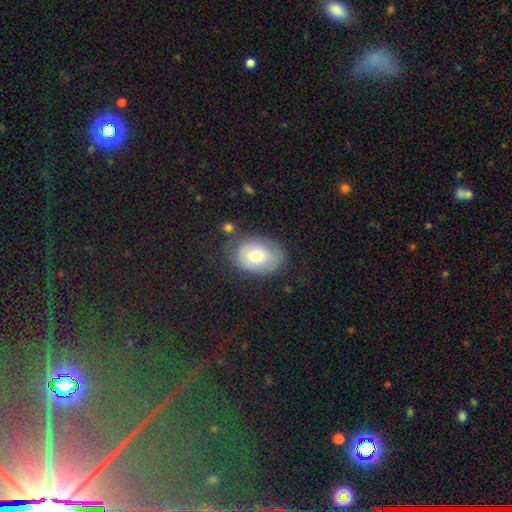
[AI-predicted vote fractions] Smooth or featured? Predicted: smooth (p=0.65). How rounded? Predicted: in between (p=0.73). Merging? Predicted: none (p=0.68).